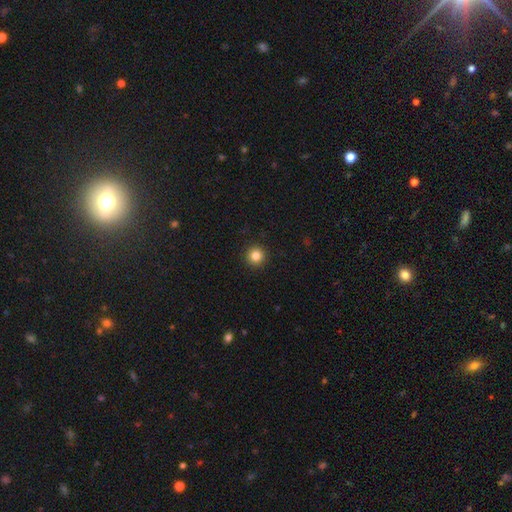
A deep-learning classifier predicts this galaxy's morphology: This appears to be a smooth galaxy with no disk features (83%) that is round (96%). Merging: none (93%).